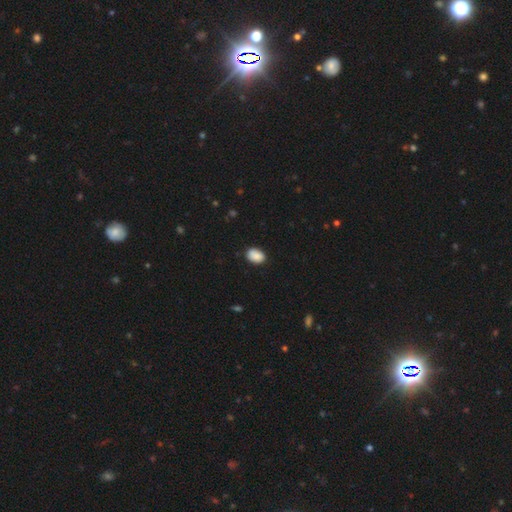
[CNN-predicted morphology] Smooth or featured: smooth — 88% (star or artifact — 8%)
How rounded: in between — 77% (round — 22%)
Merging: none — 84% (minor disturbance — 13%)